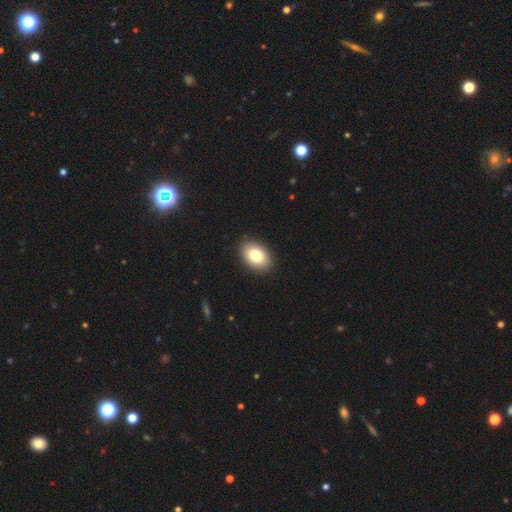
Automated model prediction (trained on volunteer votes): A smooth galaxy with no disk features (80%) that is in between round and cigar-shaped (83%).

Vote fractions:
- Smooth or featured? smooth: 80% / featured or disk: 12% / star or artifact: 8%
- How rounded? in between: 83% / round: 16% / cigar-shaped: 1%
- Merging? none: 90% / minor disturbance: 7% / major disturbance: 2% / merger: 1%